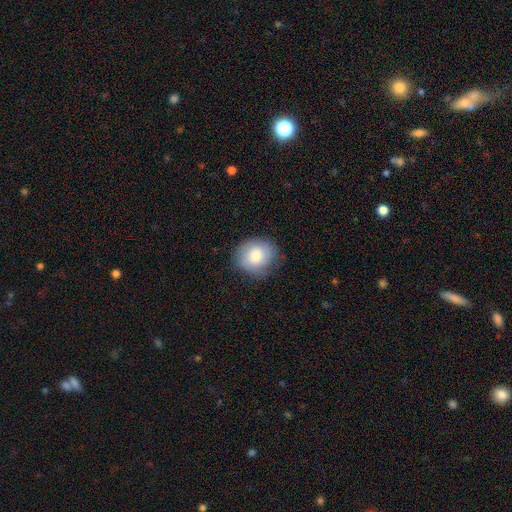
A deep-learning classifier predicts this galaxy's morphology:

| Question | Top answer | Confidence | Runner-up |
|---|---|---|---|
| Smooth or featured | smooth | 67% | featured or disk (25%) |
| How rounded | round | 79% | in between (20%) |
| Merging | none | 76% | minor disturbance (18%) |